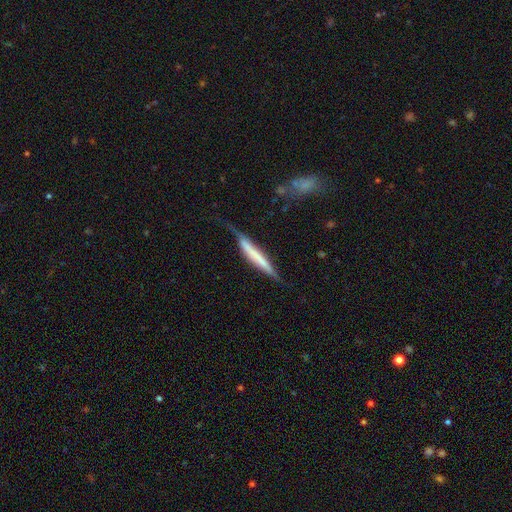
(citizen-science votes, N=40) Smooth or featured: featured or disk — 62% (smooth — 38%)
Edge-on disk: yes — 96% (no — 4%)
Edge-on bulge: none — 54% (boxy — 33%)
Merging: none — 42% (minor disturbance — 30%)